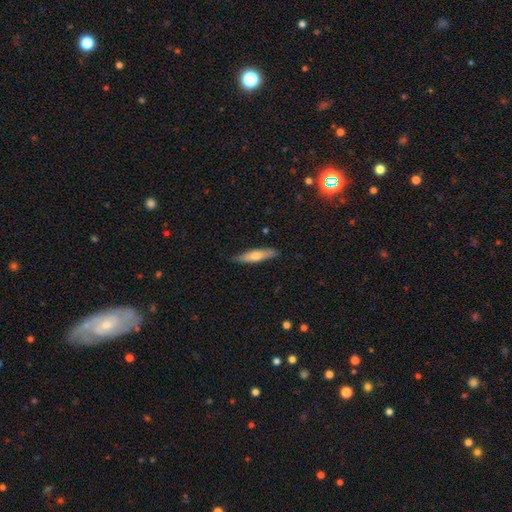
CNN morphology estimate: Q: Smooth or featured?
A: smooth (59%); runner-up: featured or disk (35%)
Q: How rounded?
A: cigar-shaped (79%); runner-up: in between (19%)
Q: Merging?
A: none (83%); runner-up: minor disturbance (13%)